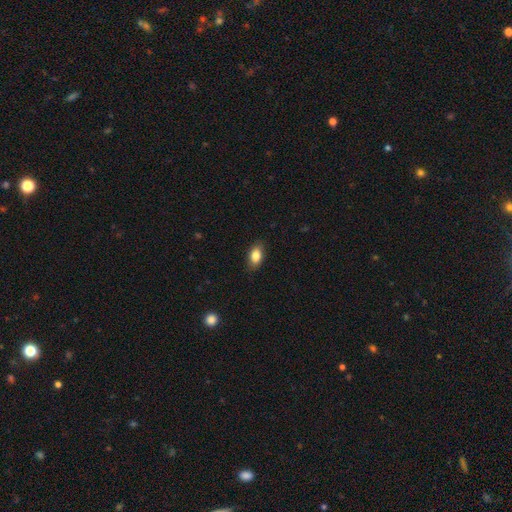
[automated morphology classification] Overall: smooth (84%). How rounded: in between (88%). Merging: none (85%).